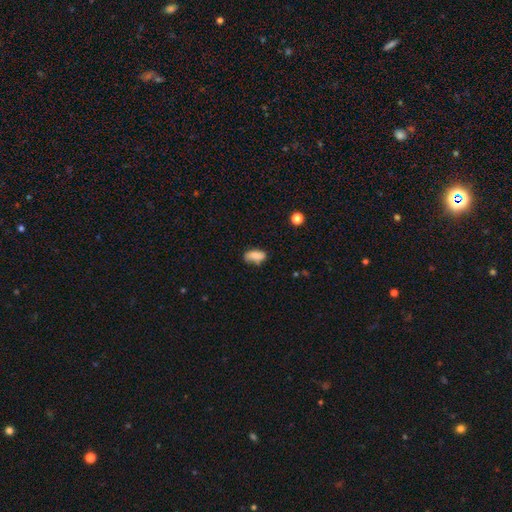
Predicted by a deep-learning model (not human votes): Smooth or featured: smooth — 81% (featured or disk — 11%)
How rounded: in between — 89% (cigar-shaped — 6%)
Merging: none — 61% (minor disturbance — 29%)